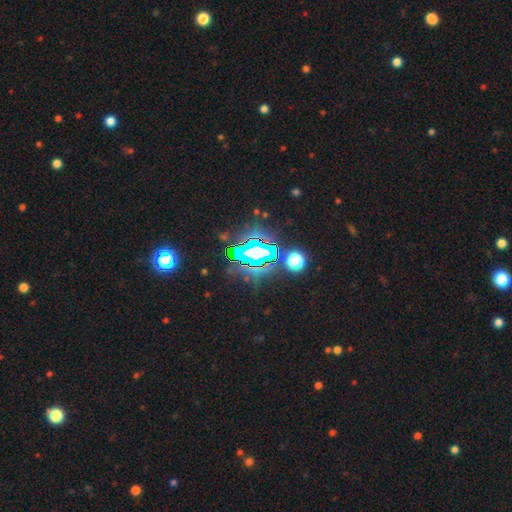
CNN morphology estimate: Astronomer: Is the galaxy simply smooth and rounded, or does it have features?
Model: star or artifact — 79%.